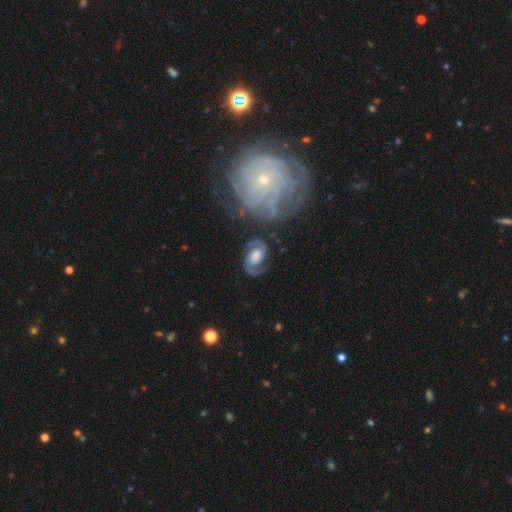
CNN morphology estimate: Q: Smooth or featured?
A: featured or disk (85%); runner-up: smooth (10%)
Q: Edge-on disk?
A: no (98%); runner-up: yes (2%)
Q: Bar?
A: no (49%); runner-up: weak (39%)
Q: Spiral arms?
A: yes (96%); runner-up: no (4%)
Q: Spiral winding?
A: medium (52%); runner-up: tight (29%)
Q: Spiral arm count?
A: 2 (90%); runner-up: 1 (4%)
Q: Bulge size?
A: moderate (37%); runner-up: large (36%)
Q: Merging?
A: none (70%); runner-up: minor disturbance (17%)